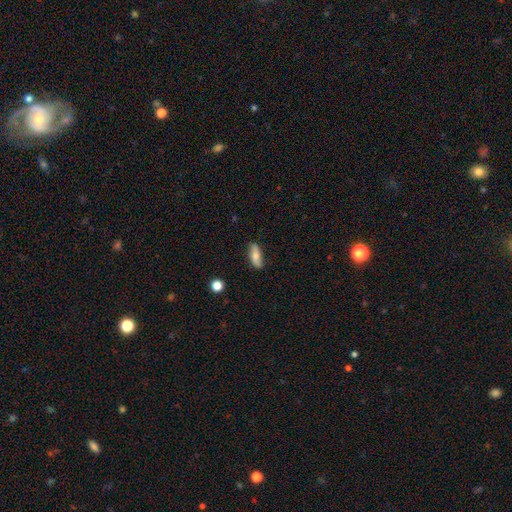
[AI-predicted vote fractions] Q: Smooth or featured?
A: smooth (63%); runner-up: featured or disk (30%)
Q: How rounded?
A: in between (65%); runner-up: cigar-shaped (31%)
Q: Merging?
A: none (82%); runner-up: minor disturbance (14%)